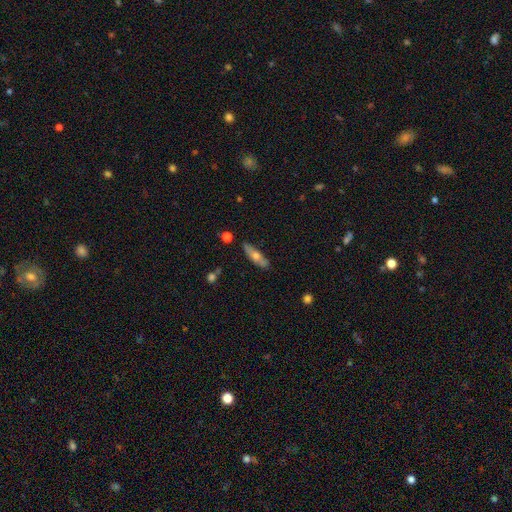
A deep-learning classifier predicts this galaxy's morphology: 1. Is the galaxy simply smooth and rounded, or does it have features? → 55% smooth, 39% featured or disk, 6% star or artifact.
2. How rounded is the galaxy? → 57% cigar-shaped, 40% in between, 3% round.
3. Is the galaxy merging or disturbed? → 83% none, 13% minor disturbance, 2% major disturbance, 2% merger.